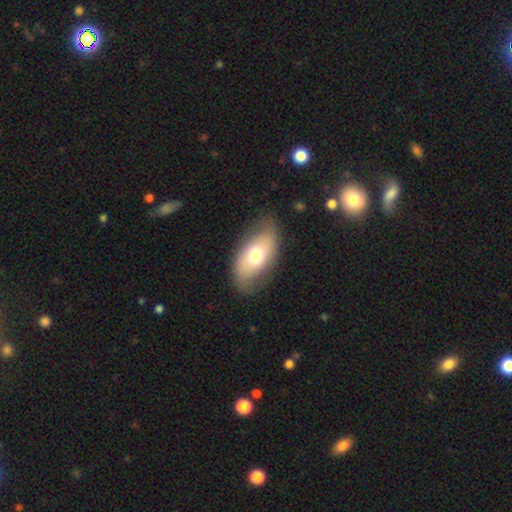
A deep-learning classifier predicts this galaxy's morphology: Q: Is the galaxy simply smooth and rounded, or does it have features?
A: smooth — 60%.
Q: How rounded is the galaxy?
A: in between — 90%.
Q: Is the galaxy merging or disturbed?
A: none — 75%.